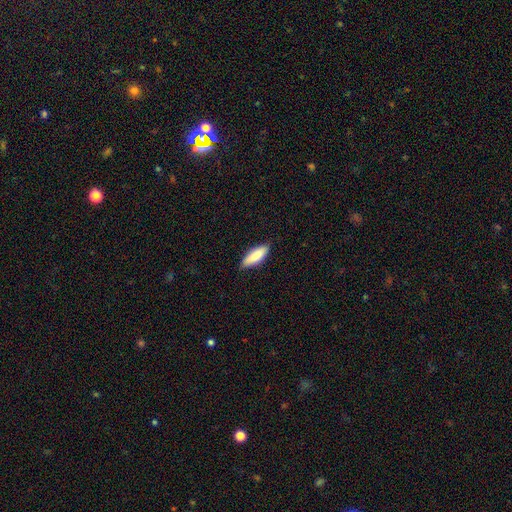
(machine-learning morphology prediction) smooth_or_featured: smooth (p=0.85) [alt: featured or disk p=0.10]
how_rounded: in between (p=0.63) [alt: cigar-shaped p=0.36]
merging: none (p=0.82) [alt: minor disturbance p=0.15]